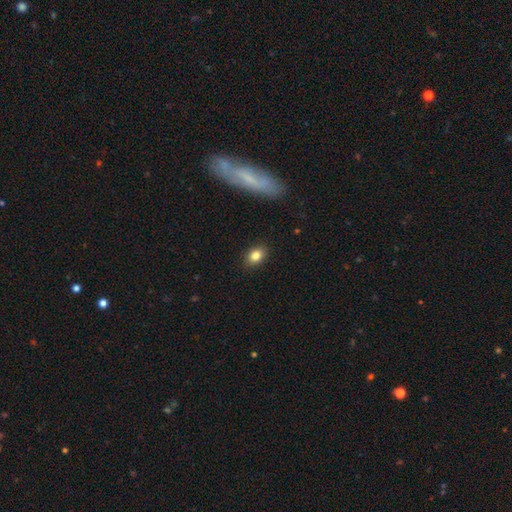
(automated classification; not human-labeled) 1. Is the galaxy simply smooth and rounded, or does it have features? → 83% smooth, 10% star or artifact, 8% featured or disk.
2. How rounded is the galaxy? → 69% in between, 29% round, 2% cigar-shaped.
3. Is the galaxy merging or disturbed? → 88% none, 9% minor disturbance, 2% major disturbance, 1% merger.